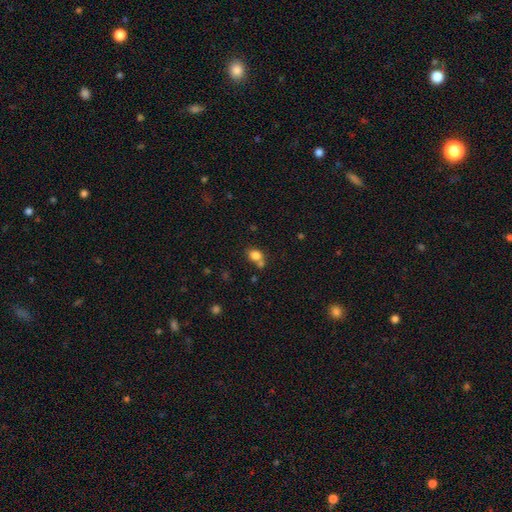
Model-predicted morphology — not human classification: This appears to be a smooth galaxy with no disk features (81%) that is in between round and cigar-shaped (50%). Merging: none (53%).